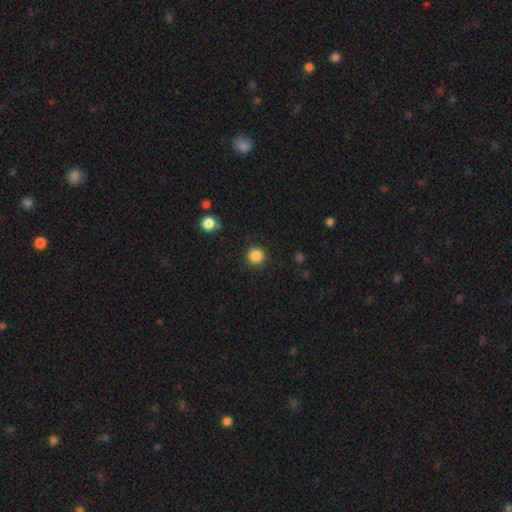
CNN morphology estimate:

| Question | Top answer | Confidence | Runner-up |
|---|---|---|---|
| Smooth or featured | smooth | 86% | star or artifact (11%) |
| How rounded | round | 95% | in between (4%) |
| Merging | none | 90% | minor disturbance (6%) |